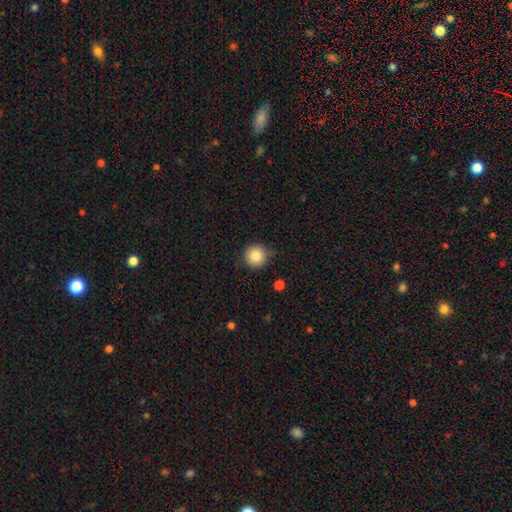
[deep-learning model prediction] This appears to be a smooth galaxy with no disk features (84%) that is round (94%). Merging: none (79%).